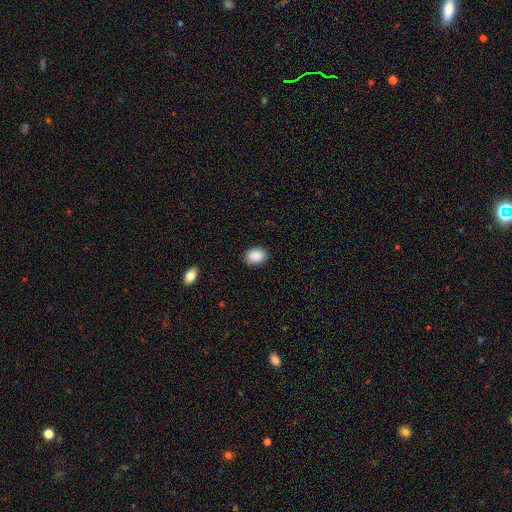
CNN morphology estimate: Overall: smooth (90%). How rounded: in between (71%). Merging: none (88%).